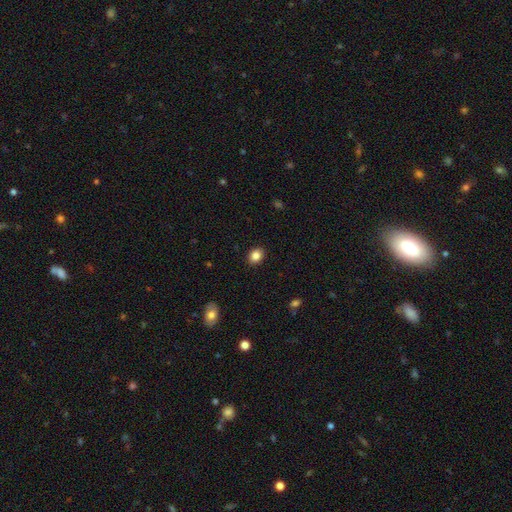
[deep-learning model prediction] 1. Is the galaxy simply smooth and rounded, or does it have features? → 85% smooth, 10% star or artifact, 5% featured or disk.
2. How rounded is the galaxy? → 50% round, 49% in between, 1% cigar-shaped.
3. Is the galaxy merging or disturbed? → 90% none, 7% minor disturbance, 2% major disturbance, 1% merger.